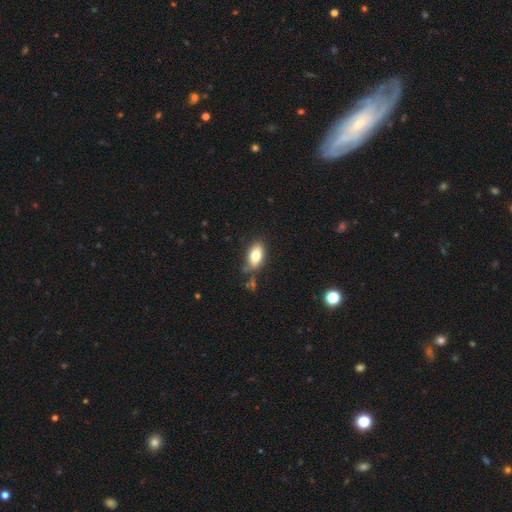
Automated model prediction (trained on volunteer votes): smooth_or_featured: smooth (p=0.78) [alt: featured or disk p=0.14]
how_rounded: in between (p=0.90) [alt: round p=0.06]
merging: none (p=0.71) [alt: minor disturbance p=0.19]